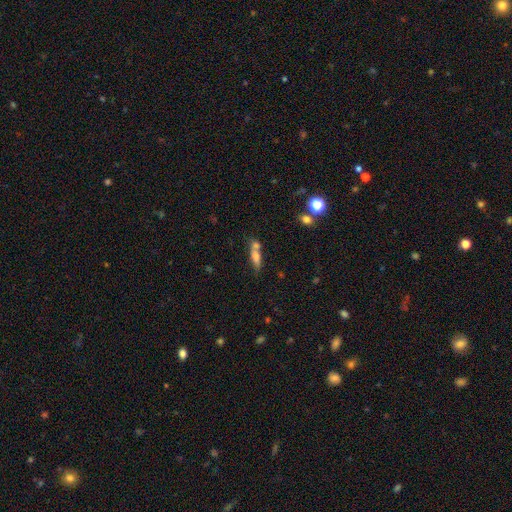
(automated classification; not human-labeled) A smooth galaxy with no disk features (66%) that is cigar-shaped (56%). Merging: none (42%).